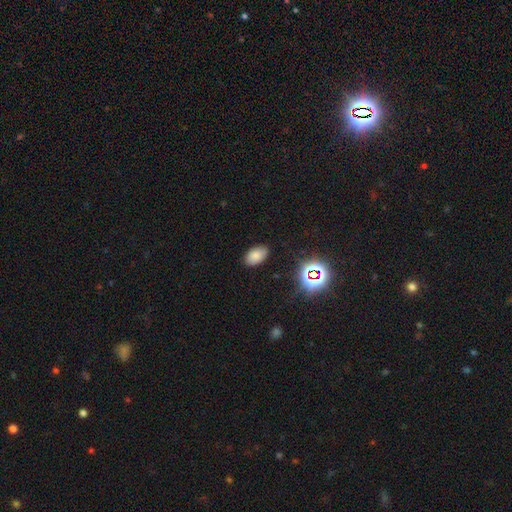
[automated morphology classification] A smooth galaxy with no disk features (77%) that is in between round and cigar-shaped (93%).

Vote fractions:
- Smooth or featured? smooth: 77% / star or artifact: 15% / featured or disk: 7%
- How rounded? in between: 93% / round: 6% / cigar-shaped: 1%
- Merging? none: 86% / minor disturbance: 10% / major disturbance: 3% / merger: 1%